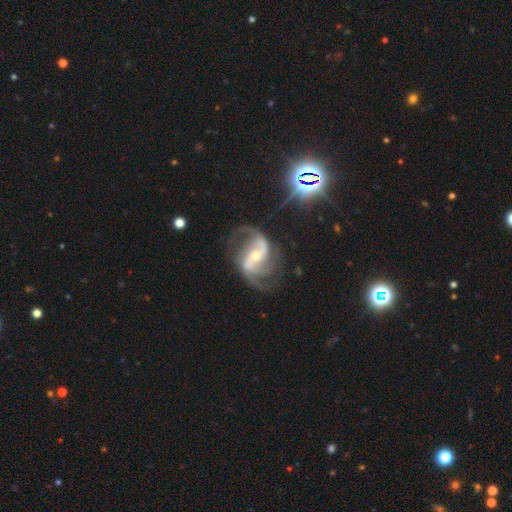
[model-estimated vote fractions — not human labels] smooth_or_featured: featured or disk (p=0.90) [alt: star or artifact p=0.06]
disk_edge_on: no (p=0.97) [alt: yes p=0.03]
bar: strong (p=0.47) [alt: weak p=0.34]
has_spiral_arms: yes (p=0.97) [alt: no p=0.03]
spiral_winding: loose (p=0.49) [alt: medium p=0.41]
spiral_arm_count: 2 (p=0.75) [alt: 3 p=0.12]
bulge_size: small (p=0.56) [alt: moderate p=0.40]
merging: none (p=0.67) [alt: minor disturbance p=0.16]